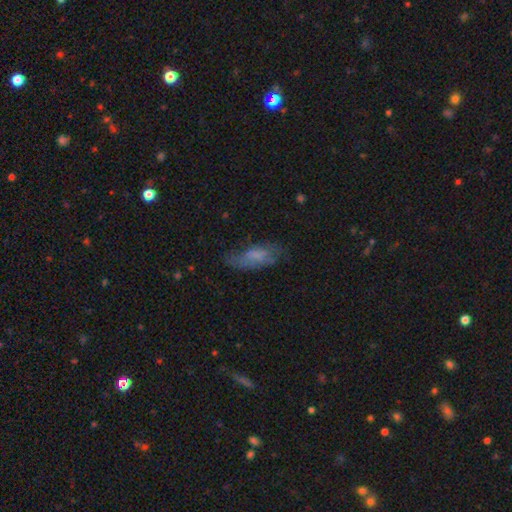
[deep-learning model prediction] A smooth galaxy with no disk features (62%) that is in between round and cigar-shaped (67%).

Vote fractions:
- Smooth or featured? smooth: 62% / featured or disk: 29% / star or artifact: 9%
- How rounded? in between: 67% / cigar-shaped: 31% / round: 2%
- Merging? none: 52% / minor disturbance: 30% / major disturbance: 16% / merger: 2%